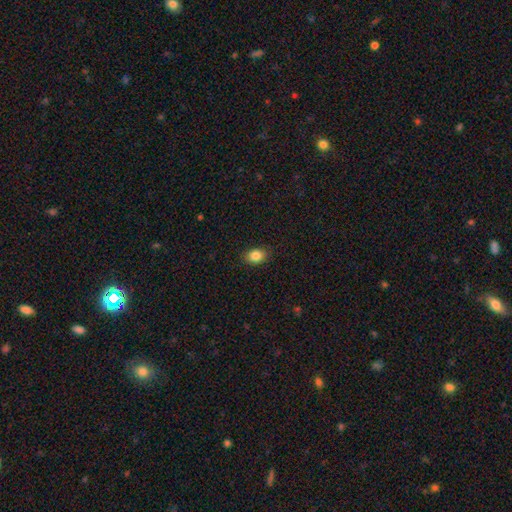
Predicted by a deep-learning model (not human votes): Morphology: type=smooth (85%); roundness=in between (70%); merging=none (87%).